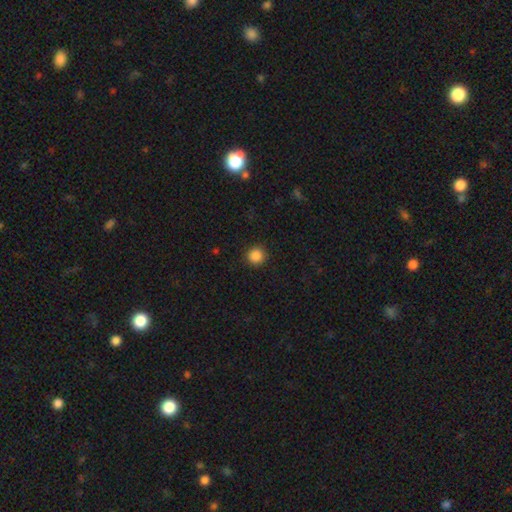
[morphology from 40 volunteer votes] A smooth galaxy with no disk features (90%) that is round (97%).

Vote fractions:
- Smooth or featured? smooth: 90% / star or artifact: 8% / featured or disk: 2%
- How rounded? round: 97% / in between: 3% / cigar-shaped: 0%
- Merging? none: 92% / major disturbance: 5% / minor disturbance: 3% / merger: 0%